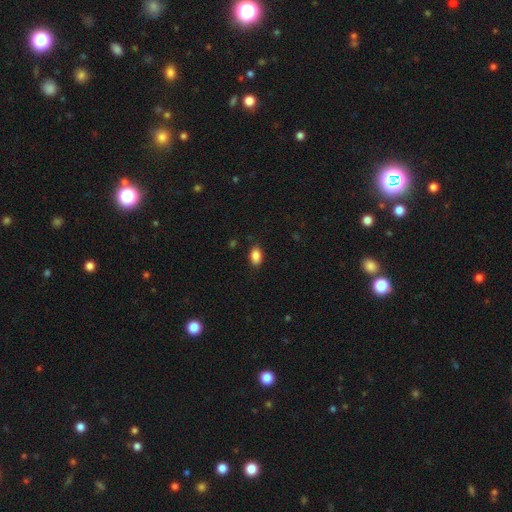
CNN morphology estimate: This appears to be a smooth galaxy with no disk features (87%) that is in between round and cigar-shaped (88%). Merging: none (84%).